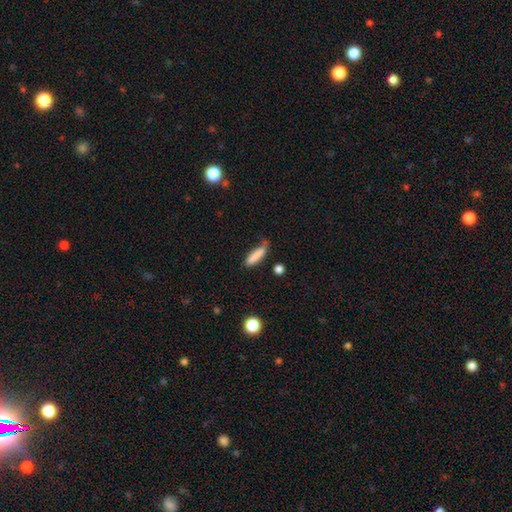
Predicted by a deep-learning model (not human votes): smooth_or_featured: smooth (p=0.84) [alt: featured or disk p=0.09]
how_rounded: cigar-shaped (p=0.70) [alt: in between p=0.28]
merging: none (p=0.63) [alt: minor disturbance p=0.26]